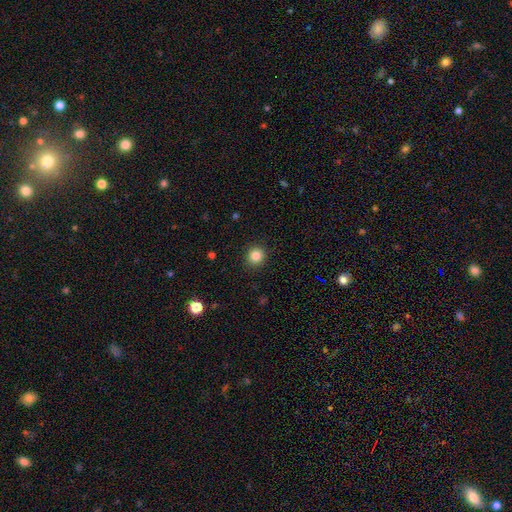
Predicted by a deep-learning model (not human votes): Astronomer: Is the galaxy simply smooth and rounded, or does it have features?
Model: smooth — 84%.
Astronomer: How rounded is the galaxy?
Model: round — 92%.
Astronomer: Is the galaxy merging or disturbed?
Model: none — 91%.